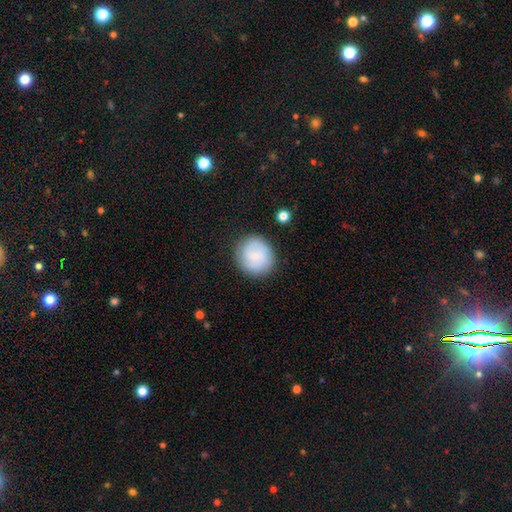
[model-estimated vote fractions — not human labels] A smooth galaxy with no disk features (67%) that is round (89%). Merging: none (84%).